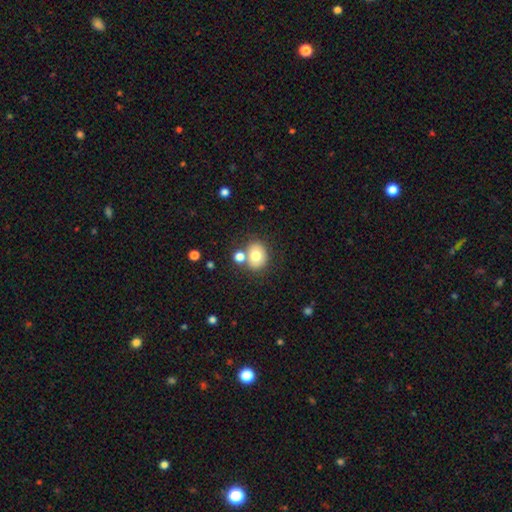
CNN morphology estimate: A smooth galaxy with no disk features (76%) that is round (56%).

Vote fractions:
- Smooth or featured? smooth: 76% / featured or disk: 14% / star or artifact: 10%
- How rounded? round: 56% / in between: 43% / cigar-shaped: 1%
- Merging? none: 65% / merger: 20% / minor disturbance: 12% / major disturbance: 4%